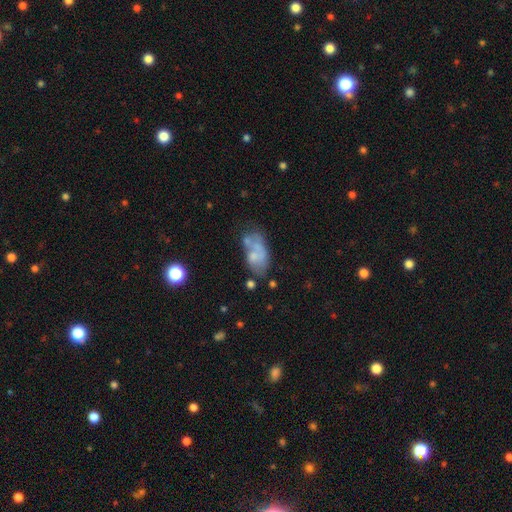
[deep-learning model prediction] This appears to be a smooth galaxy with no disk features (54%) that is in between round and cigar-shaped (90%). Merging: none (34%).